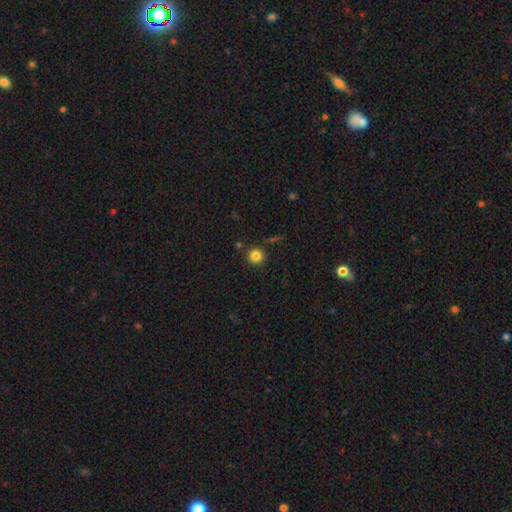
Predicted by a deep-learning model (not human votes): This appears to be a smooth galaxy with no disk features (83%) that is round (94%). Merging: none (86%).